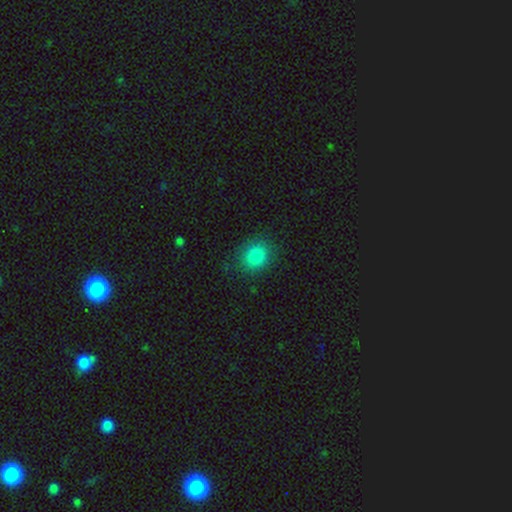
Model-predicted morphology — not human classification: smooth_or_featured: smooth (p=0.84) [alt: star or artifact p=0.10]
how_rounded: round (p=0.70) [alt: in between p=0.29]
merging: none (p=0.84) [alt: minor disturbance p=0.11]